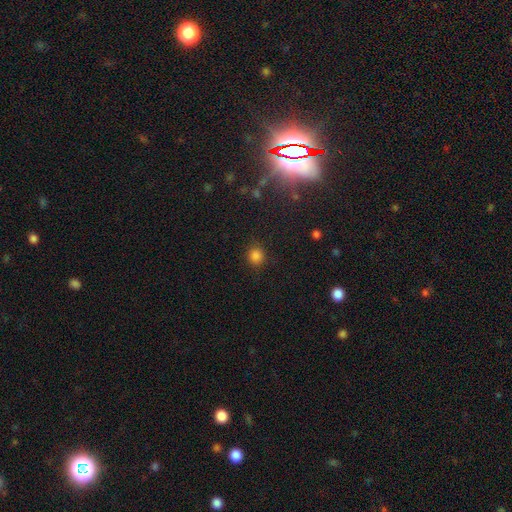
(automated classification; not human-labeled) smooth 82%, star or artifact 14%, featured or disk 4%. Down the decision tree: how rounded — round (87%); merging — none (88%).